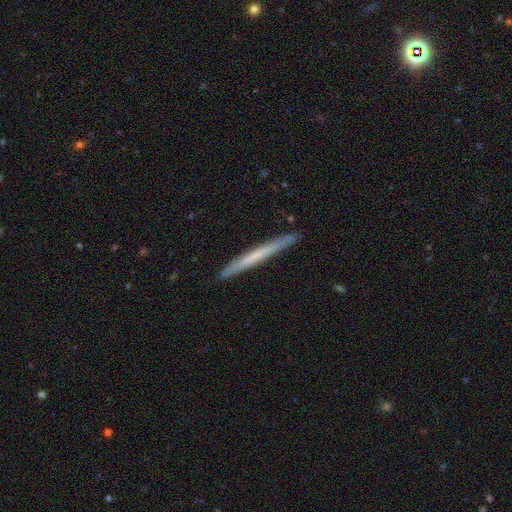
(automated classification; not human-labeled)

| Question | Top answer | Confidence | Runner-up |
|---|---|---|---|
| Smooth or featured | smooth | 53% | featured or disk (42%) |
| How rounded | cigar-shaped | 97% | in between (1%) |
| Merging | none | 91% | minor disturbance (7%) |